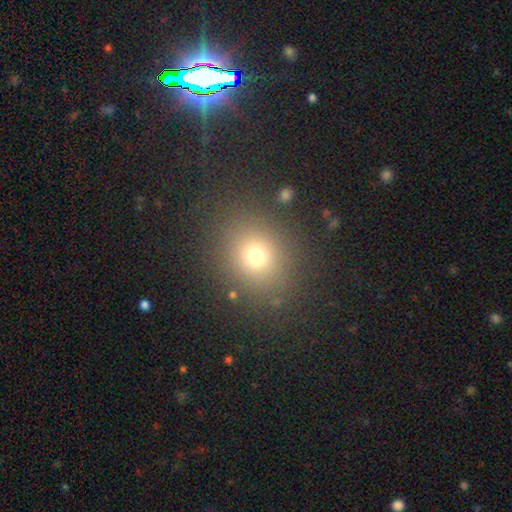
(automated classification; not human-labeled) This is likely a smooth galaxy (72%). How rounded: likely round (76%). Merging: clearly none (85%).